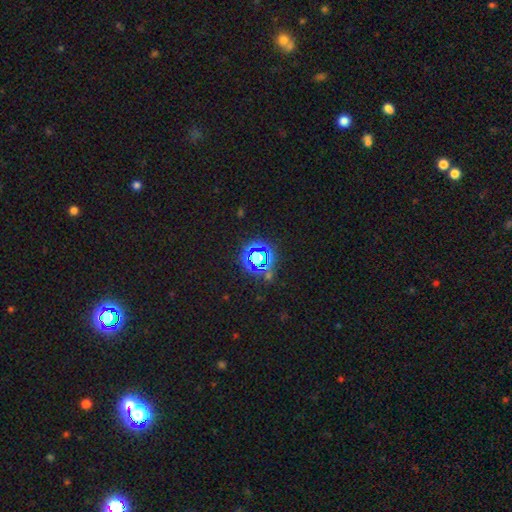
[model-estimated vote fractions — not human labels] A star or artifact, not a galaxy (72%).